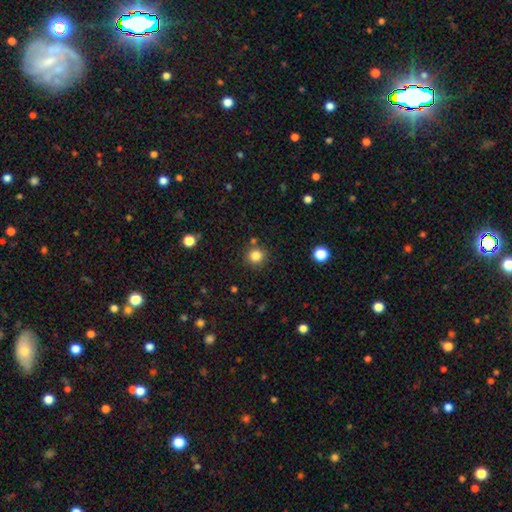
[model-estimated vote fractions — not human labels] Smooth or featured? Predicted: smooth (p=0.83). How rounded? Predicted: round (p=0.92). Merging? Predicted: none (p=0.84).